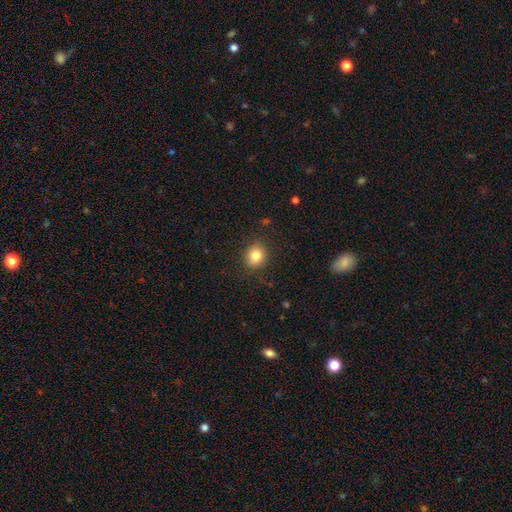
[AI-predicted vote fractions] This is clearly a smooth galaxy (82%). How rounded: likely round (73%). Merging: clearly none (88%).